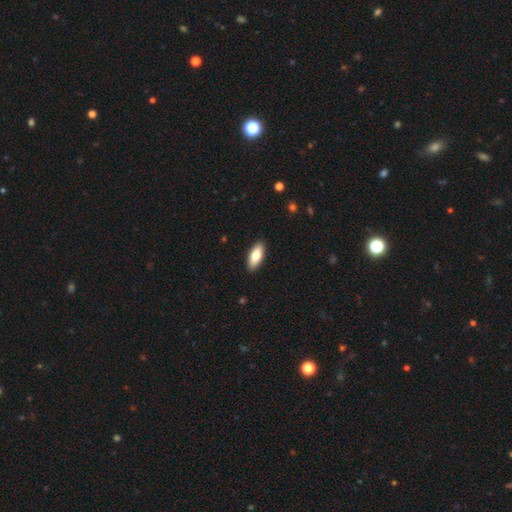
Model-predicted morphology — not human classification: This appears to be a smooth galaxy with no disk features (76%) that is in between round and cigar-shaped (80%). Merging: none (90%).